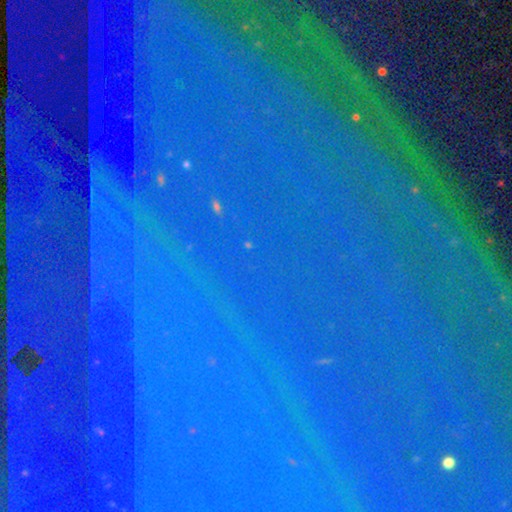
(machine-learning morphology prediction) Smooth or featured? star or artifact (82%)